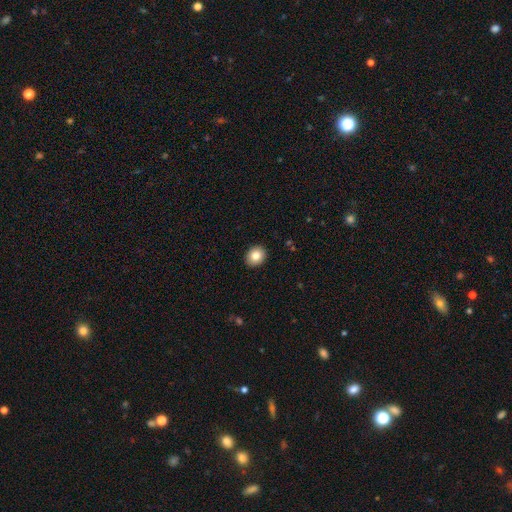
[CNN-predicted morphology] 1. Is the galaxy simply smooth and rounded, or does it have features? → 84% smooth, 9% star or artifact, 7% featured or disk.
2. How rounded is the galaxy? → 60% round, 39% in between, 1% cigar-shaped.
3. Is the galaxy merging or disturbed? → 91% none, 6% minor disturbance, 2% major disturbance, 1% merger.